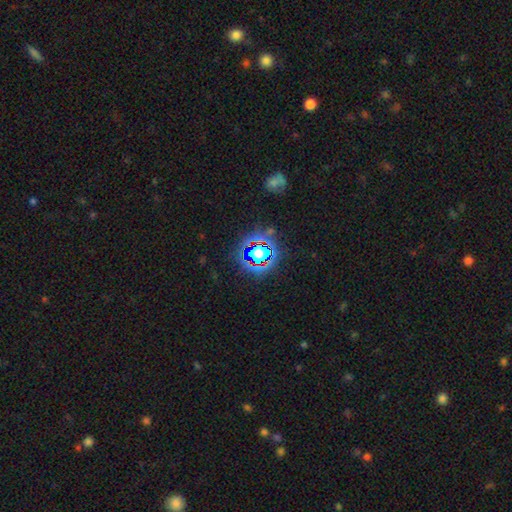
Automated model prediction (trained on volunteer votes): Smooth or featured? star or artifact (66%)